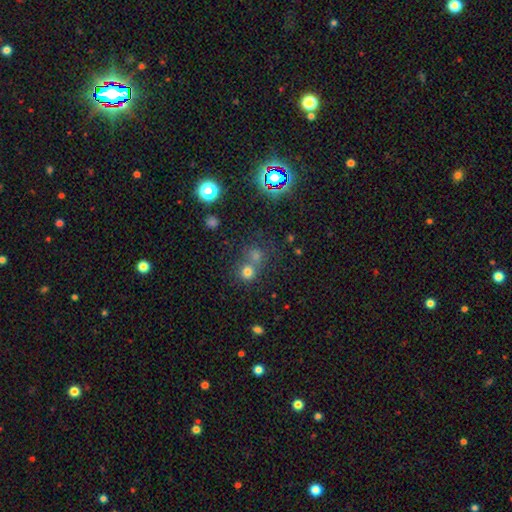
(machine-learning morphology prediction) smooth-or-featured: smooth: 57% | star or artifact: 33% | featured or disk: 10%
  how-rounded: round: 85% | in between: 14% | cigar-shaped: 1%
  merging: none: 48% | merger: 43% | minor disturbance: 6% | major disturbance: 3%